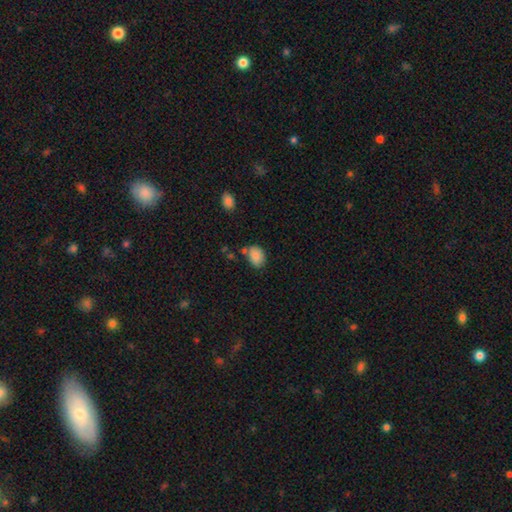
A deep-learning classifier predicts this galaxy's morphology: Overall: smooth (86%). How rounded: in between (68%; round 31%). Merging: none (65%).